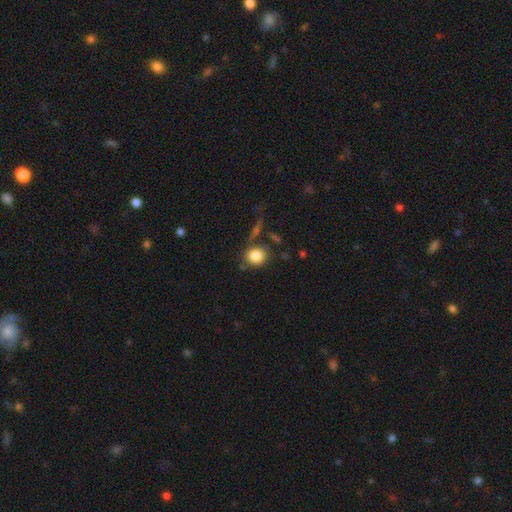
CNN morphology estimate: Smooth or featured: smooth — 84% (star or artifact — 9%)
How rounded: round — 76% (in between — 23%)
Merging: none — 72% (minor disturbance — 13%)